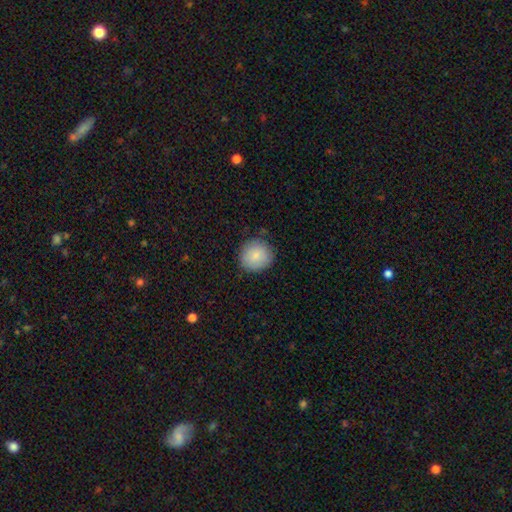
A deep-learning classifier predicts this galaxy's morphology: Smooth or featured? Predicted: smooth (p=0.84). How rounded? Predicted: round (p=0.89). Merging? Predicted: none (p=0.84).